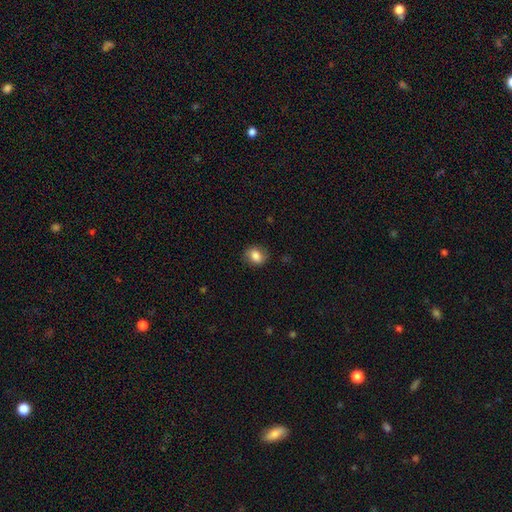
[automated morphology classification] smooth-or-featured: smooth: 78% | featured or disk: 13% | star or artifact: 9%
  how-rounded: round: 51% | in between: 48% | cigar-shaped: 1%
  merging: none: 78% | minor disturbance: 16% | major disturbance: 5% | merger: 1%